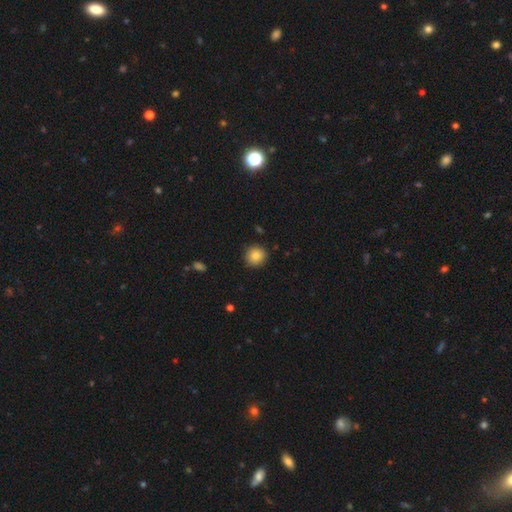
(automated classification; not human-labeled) Overall: smooth (84%). How rounded: round (92%). Merging: none (90%).